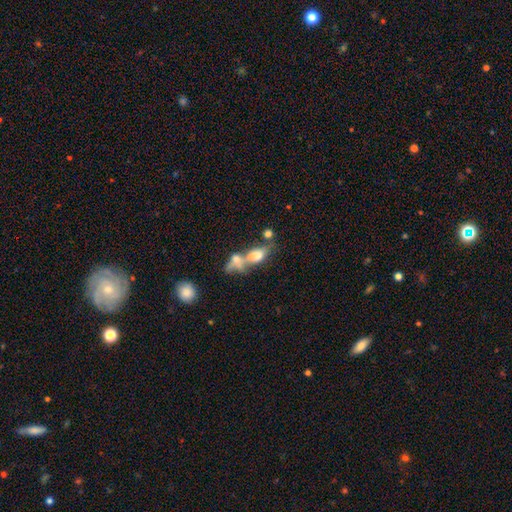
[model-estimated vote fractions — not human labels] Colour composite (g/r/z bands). It shows a smooth galaxy with no disk features (54%) that is in between round and cigar-shaped (63%). Merging: merger (59%).